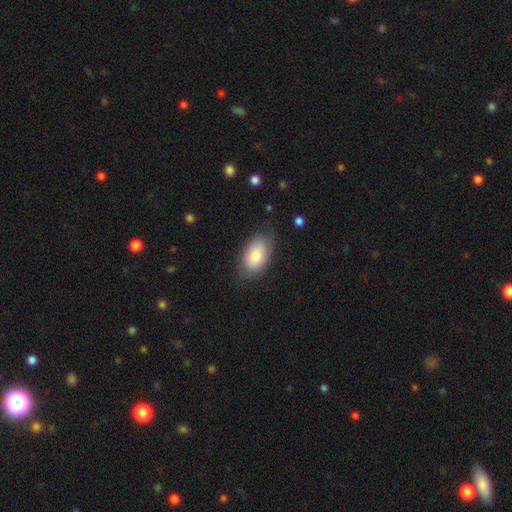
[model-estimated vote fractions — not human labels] smooth 83%, featured or disk 11%, star or artifact 6%. Down the decision tree: how rounded — in between (94%); merging — none (75%).